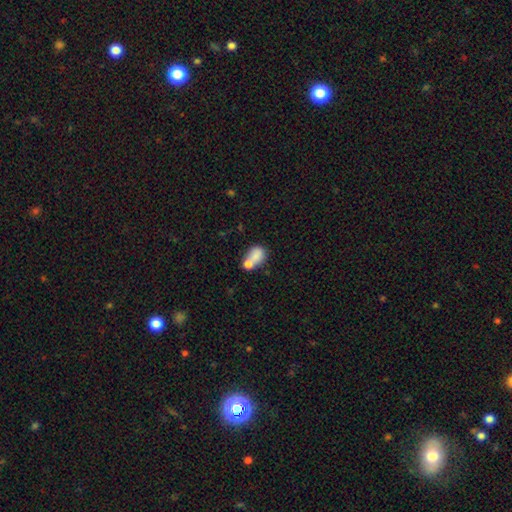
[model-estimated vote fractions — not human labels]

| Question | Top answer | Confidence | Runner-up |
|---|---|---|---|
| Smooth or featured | smooth | 75% | featured or disk (15%) |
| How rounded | in between | 63% | round (35%) |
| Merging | merger | 55% | none (27%) |